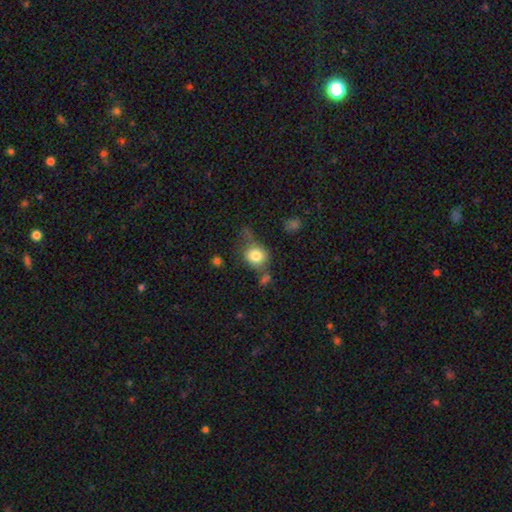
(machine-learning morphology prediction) Overall: smooth (80%). How rounded: round (74%). Merging: none (52%; minor disturbance 24%).